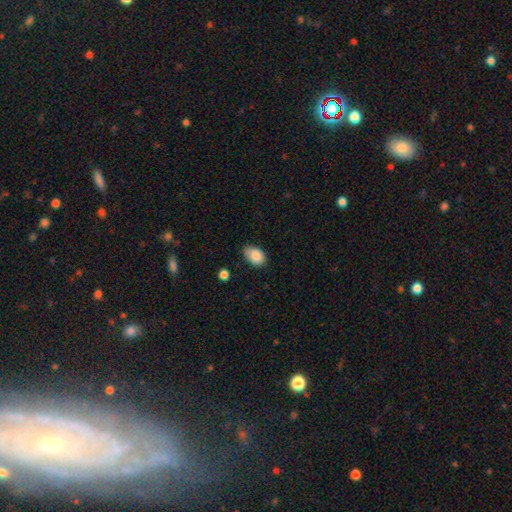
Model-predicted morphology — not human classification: Smooth or featured?
  - smooth: 86% *
  - star or artifact: 8%
  - featured or disk: 6%
How rounded?
  - in between: 86% *
  - round: 13%
  - cigar-shaped: 1%
Merging?
  - none: 64% *
  - minor disturbance: 30%
  - major disturbance: 4%
  - merger: 2%